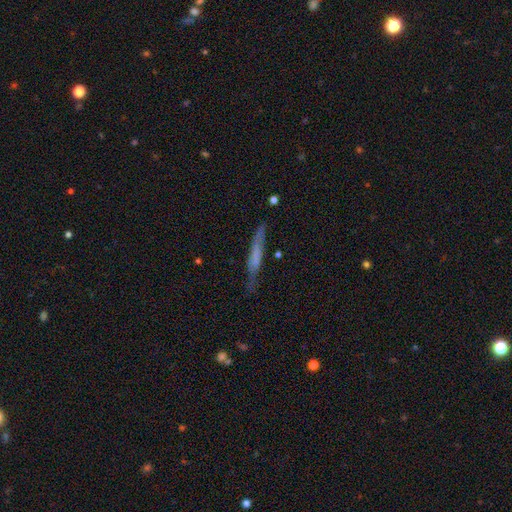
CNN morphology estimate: Smooth or featured? Predicted: smooth (p=0.46, tied with featured or disk). Merging? Predicted: none (p=0.65).